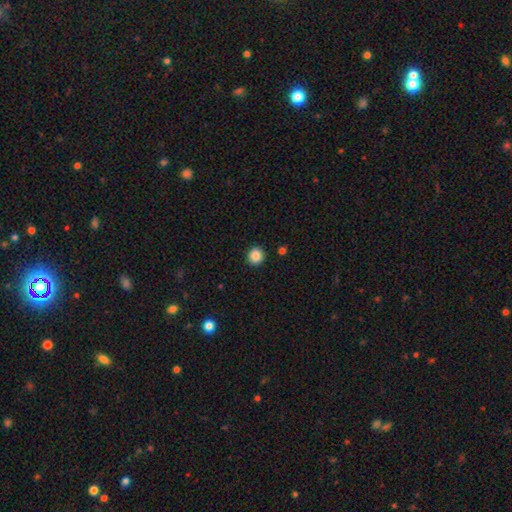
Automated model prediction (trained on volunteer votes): Q: Smooth or featured?
A: smooth (86%); runner-up: star or artifact (10%)
Q: How rounded?
A: round (93%); runner-up: in between (6%)
Q: Merging?
A: none (92%); runner-up: minor disturbance (5%)